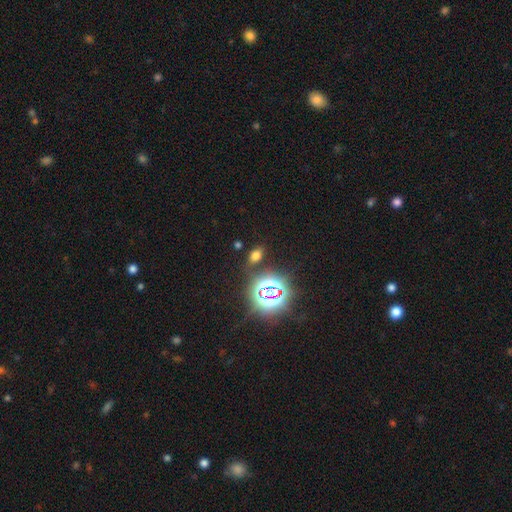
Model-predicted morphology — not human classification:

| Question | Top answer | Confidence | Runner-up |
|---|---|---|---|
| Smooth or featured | smooth | 54% | star or artifact (38%) |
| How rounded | in between | 83% | round (14%) |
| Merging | none | 83% | minor disturbance (9%) |